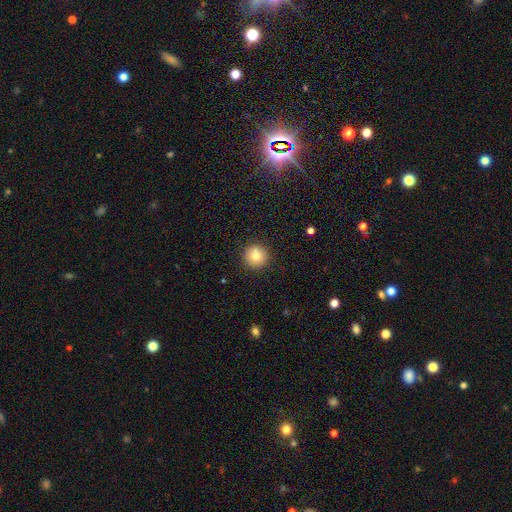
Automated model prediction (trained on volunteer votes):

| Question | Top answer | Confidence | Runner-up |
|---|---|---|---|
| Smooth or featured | smooth | 80% | star or artifact (10%) |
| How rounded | round | 95% | in between (4%) |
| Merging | none | 90% | minor disturbance (7%) |